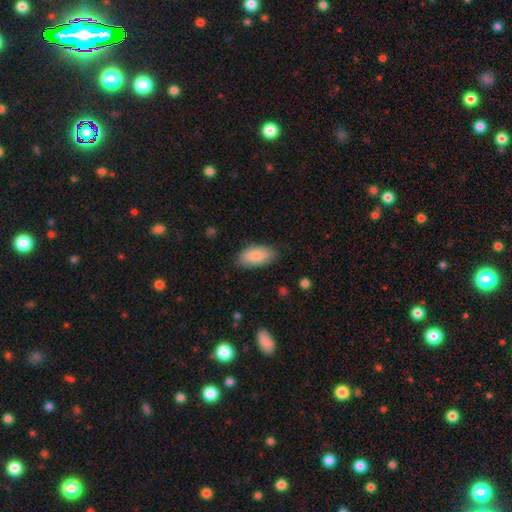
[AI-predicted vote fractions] Smooth or featured? smooth (84%)
How rounded? in between (93%)
Merging? none (80%)